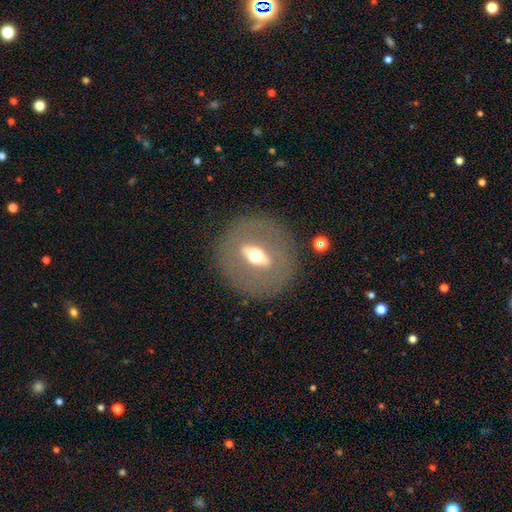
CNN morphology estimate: This appears to be a featured or disk galaxy (65%). Merging: none (85%).